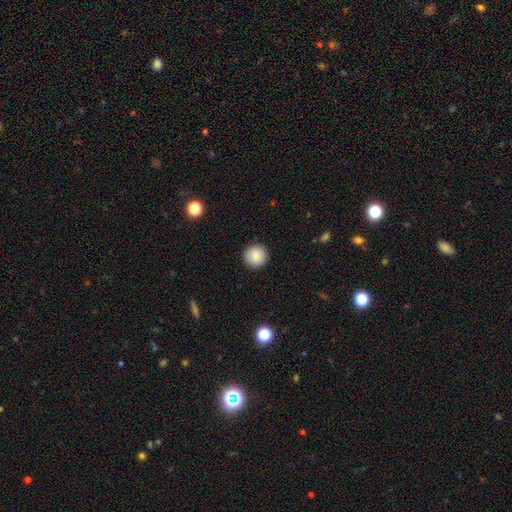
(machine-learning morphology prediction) smooth 82%, featured or disk 10%, star or artifact 8%. Down the decision tree: how rounded — round (95%); merging — none (92%).